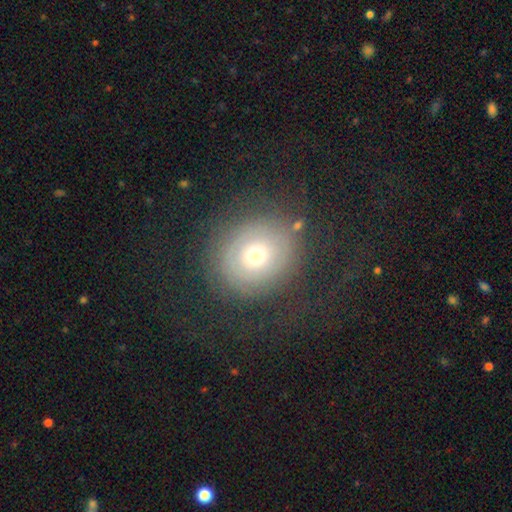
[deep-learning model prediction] This is possibly a smooth galaxy (51%). How rounded: clearly round (81%). Merging: likely none (71%).